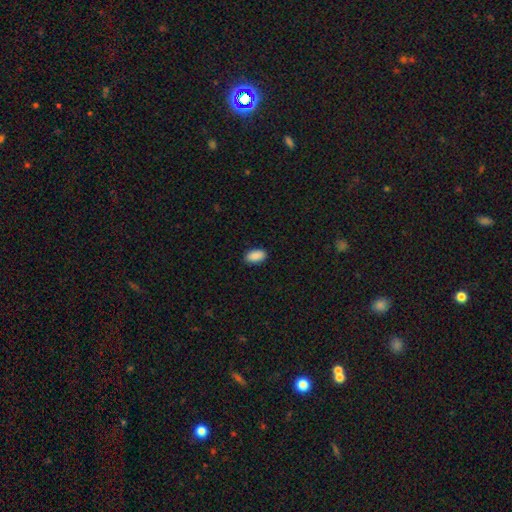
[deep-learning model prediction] The model was most divided on "merging": none: 89%, minor disturbance: 8%, major disturbance: 2%, merger: 1%. More confident: how rounded — in between (94%); smooth or featured — smooth (90%).